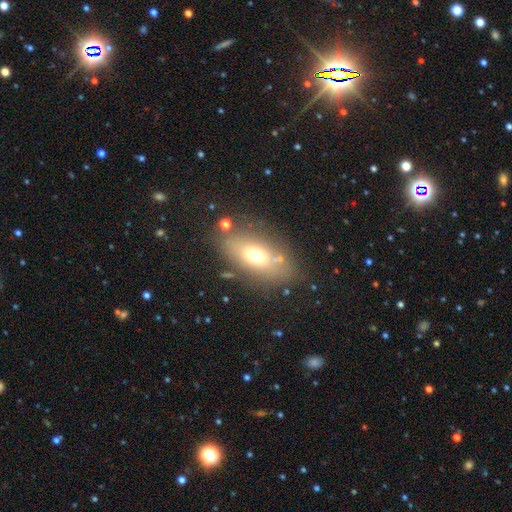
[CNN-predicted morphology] Smooth or featured? smooth (65%)
How rounded? in between (81%)
Merging? none (75%)